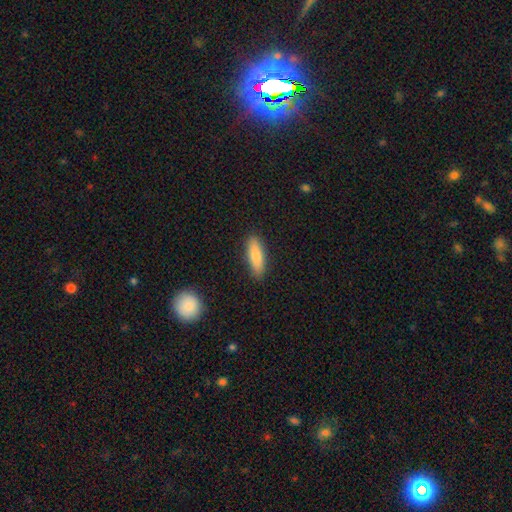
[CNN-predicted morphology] This is clearly a smooth galaxy (84%). How rounded: possibly cigar-shaped (52%). Merging: clearly none (89%).